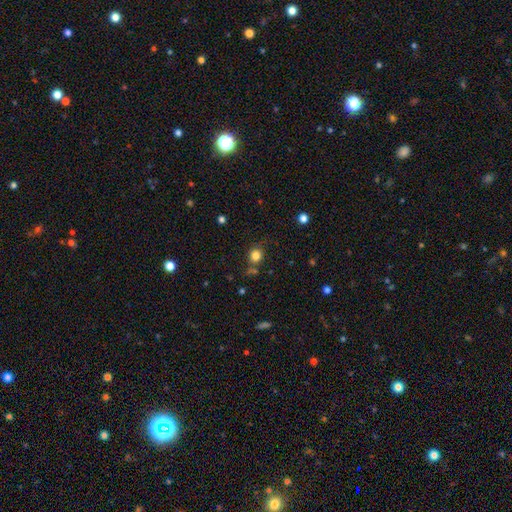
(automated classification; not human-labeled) Smooth or featured?
  - smooth: 81% *
  - star or artifact: 13%
  - featured or disk: 6%
How rounded?
  - round: 86% *
  - in between: 13%
  - cigar-shaped: 1%
Merging?
  - none: 72% *
  - minor disturbance: 15%
  - merger: 8%
  - major disturbance: 5%